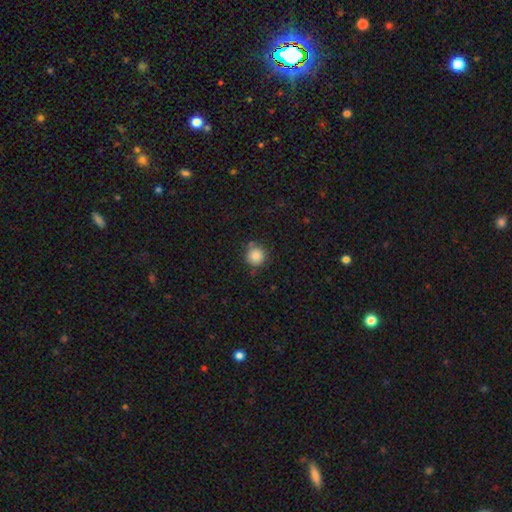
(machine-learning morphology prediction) type=smooth (85%); roundness=round (94%); merging=none (80%).